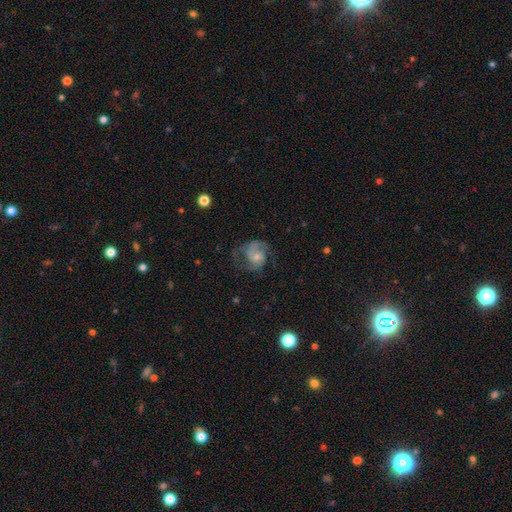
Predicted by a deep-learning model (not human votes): A featured or disk galaxy (61%) with no bar (73%), spiral arms (78%) and a small central bulge (46%). Merging: none (41%).